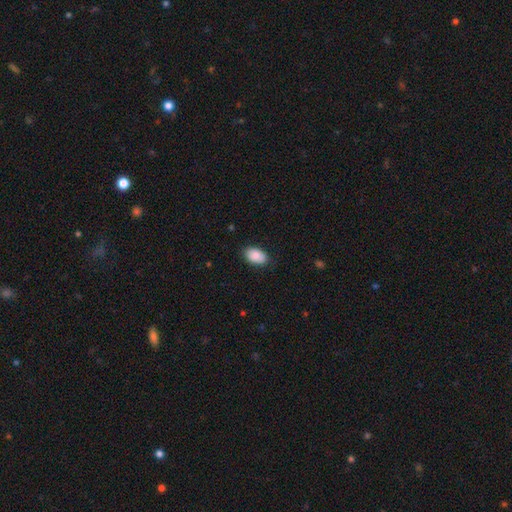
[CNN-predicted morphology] Smooth or featured? smooth (89%)
How rounded? in between (93%)
Merging? none (85%)